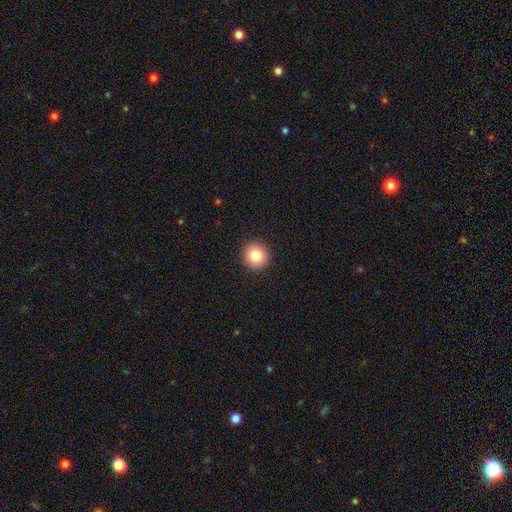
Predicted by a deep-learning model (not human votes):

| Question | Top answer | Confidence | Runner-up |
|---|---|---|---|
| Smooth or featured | smooth | 83% | star or artifact (10%) |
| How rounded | round | 93% | in between (6%) |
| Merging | none | 93% | minor disturbance (5%) |